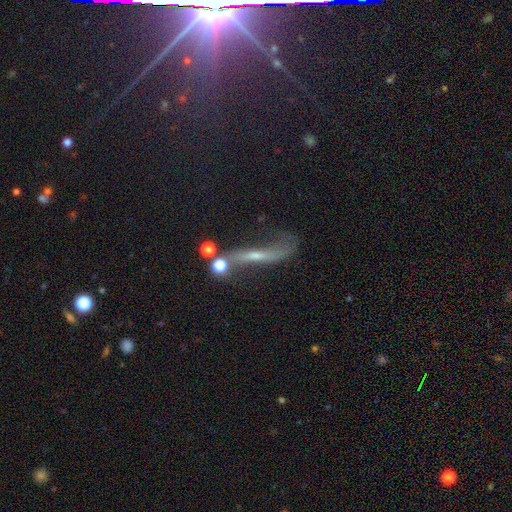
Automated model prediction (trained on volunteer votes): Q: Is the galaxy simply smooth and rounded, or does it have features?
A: featured or disk — 57%.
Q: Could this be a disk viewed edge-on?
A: yes — 51%.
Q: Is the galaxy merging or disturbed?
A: none — 38%.